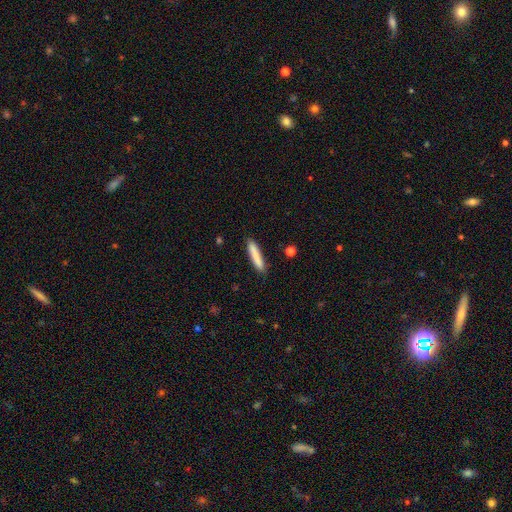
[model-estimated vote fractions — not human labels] This appears to be a smooth galaxy with no disk features (83%) that is cigar-shaped (91%). Merging: none (87%).